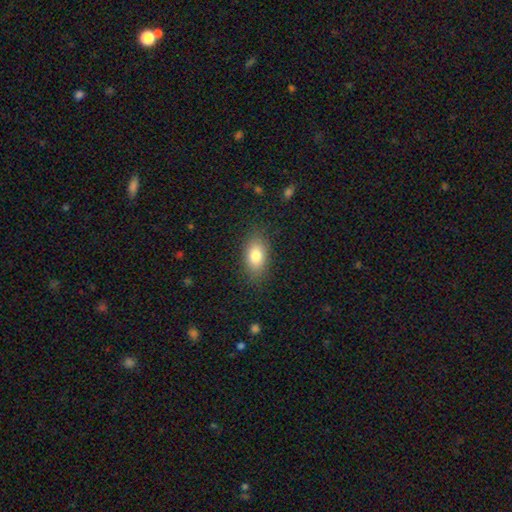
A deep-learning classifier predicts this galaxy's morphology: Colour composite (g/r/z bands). It shows a smooth galaxy with no disk features (80%) that is in between round and cigar-shaped (87%). Merging: none (84%).